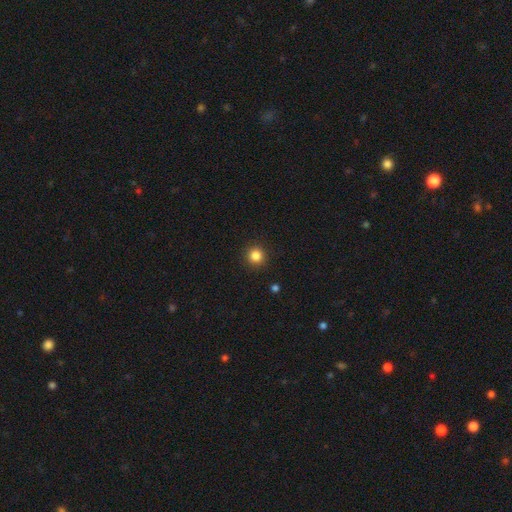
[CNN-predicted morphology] smooth_or_featured: smooth (p=0.85) [alt: star or artifact p=0.12]
how_rounded: round (p=0.94) [alt: in between p=0.05]
merging: none (p=0.92) [alt: minor disturbance p=0.05]